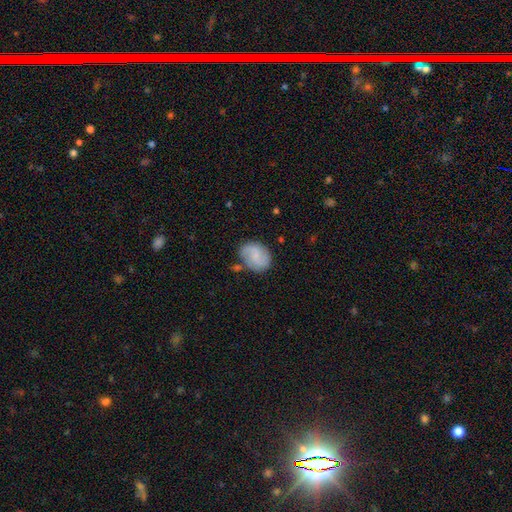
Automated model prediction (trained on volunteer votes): smooth-or-featured: featured or disk: 55% | smooth: 38% | star or artifact: 7%
  disk-edge-on: no: 98% | yes: 2%
    bar: no: 49% | weak: 44% | strong: 7%
    has-spiral-arms: yes: 89% | no: 11%
    bulge-size: small: 54% | none: 23% | moderate: 20% | large: 2% | dominant: 1%
  merging: none: 69% | minor disturbance: 19% | merger: 6% | major disturbance: 6%